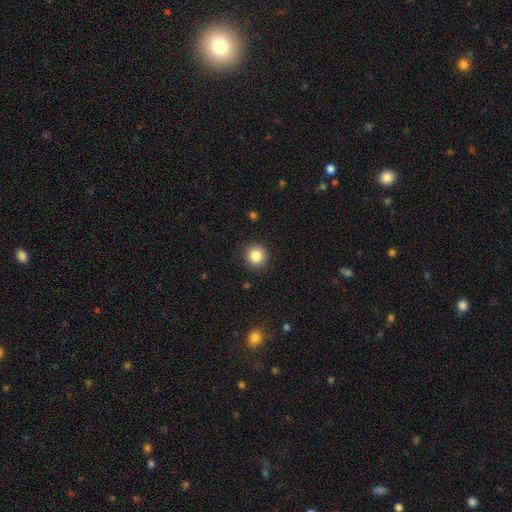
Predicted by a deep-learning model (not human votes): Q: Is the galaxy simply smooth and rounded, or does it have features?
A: smooth — 85%.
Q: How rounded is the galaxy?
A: round — 94%.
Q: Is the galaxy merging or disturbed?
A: none — 91%.